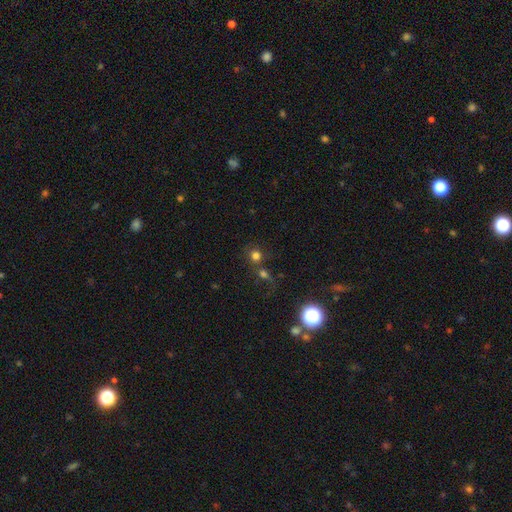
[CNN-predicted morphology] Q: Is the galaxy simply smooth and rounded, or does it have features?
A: smooth — 71%.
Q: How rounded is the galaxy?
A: round — 87%.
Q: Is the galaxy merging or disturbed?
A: none — 51%.